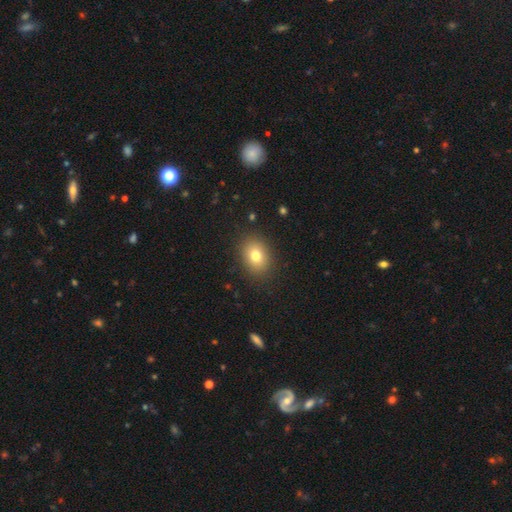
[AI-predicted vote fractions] Smooth or featured? Predicted: smooth (p=0.78). How rounded? Predicted: in between (p=0.58). Merging? Predicted: none (p=0.87).